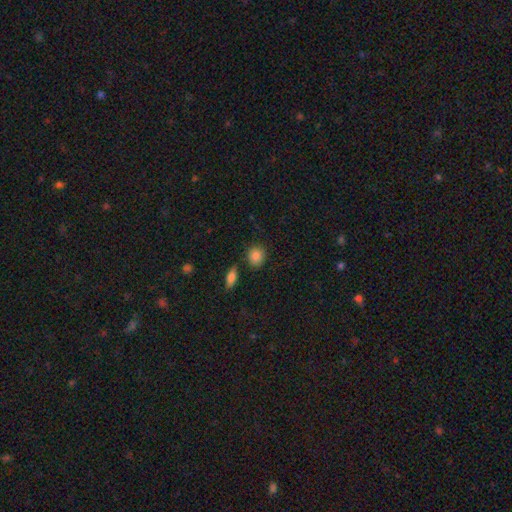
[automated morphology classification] This is clearly a smooth galaxy (87%). How rounded: likely round (74%). Merging: likely none (79%).